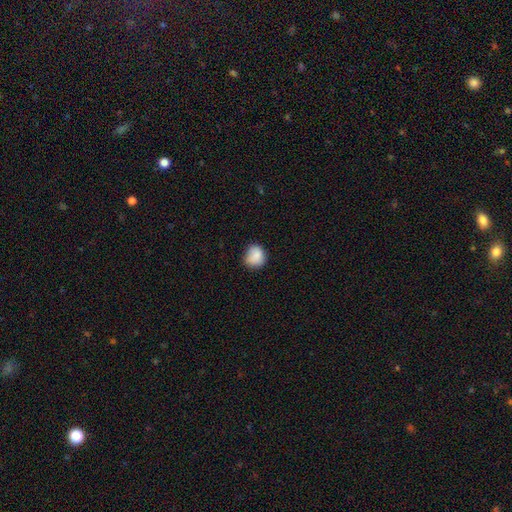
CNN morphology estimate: A smooth galaxy with no disk features (86%) that is round (80%).

Vote fractions:
- Smooth or featured? smooth: 86% / star or artifact: 8% / featured or disk: 6%
- How rounded? round: 80% / in between: 19% / cigar-shaped: 1%
- Merging? none: 72% / minor disturbance: 23% / major disturbance: 4% / merger: 2%